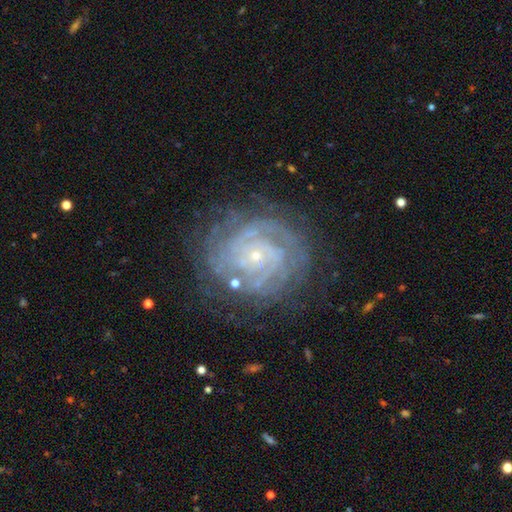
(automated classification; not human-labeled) This appears to be a featured or disk galaxy (87%) with no bar (77%), tight (79%) spiral arms (96%) and a small central bulge (84%). Merging: none (76%).